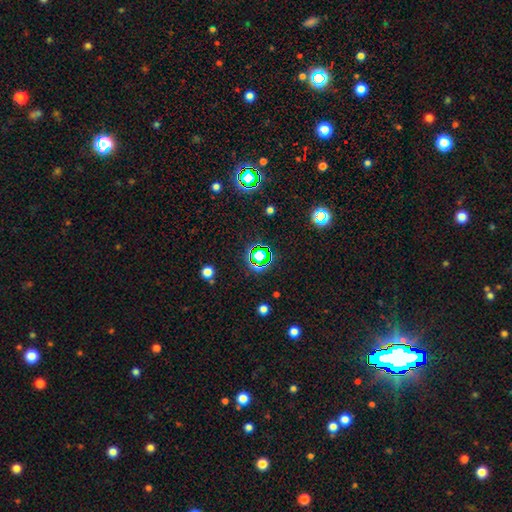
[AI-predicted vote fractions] Morphology: type=star or artifact (69%).